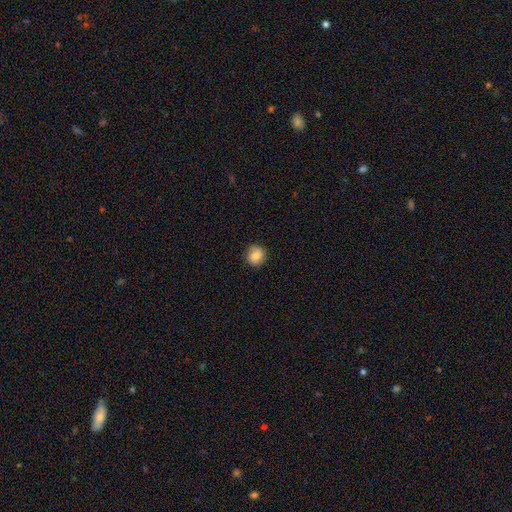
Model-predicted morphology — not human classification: A smooth galaxy with no disk features (74%) that is round (87%).

Vote fractions:
- Smooth or featured? smooth: 74% / featured or disk: 17% / star or artifact: 9%
- How rounded? round: 87% / in between: 12% / cigar-shaped: 1%
- Merging? none: 82% / minor disturbance: 13% / major disturbance: 3% / merger: 1%